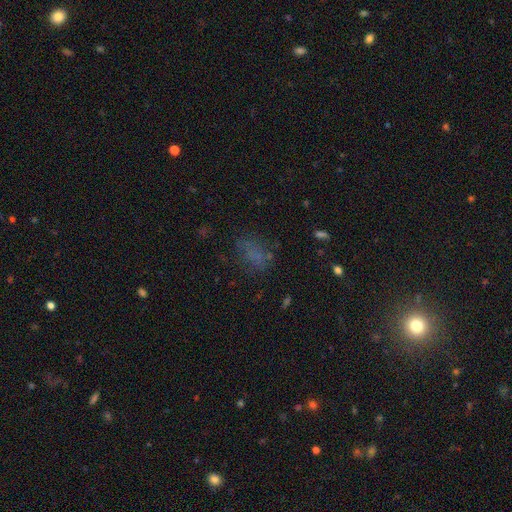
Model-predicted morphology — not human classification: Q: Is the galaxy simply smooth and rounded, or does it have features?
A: smooth — 55%.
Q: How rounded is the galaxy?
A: in between — 75%.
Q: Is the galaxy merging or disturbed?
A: none — 59%.